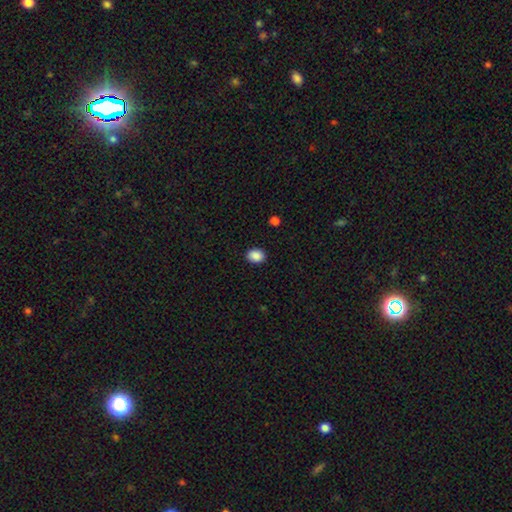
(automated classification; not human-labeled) smooth-or-featured: smooth: 89% | star or artifact: 8% | featured or disk: 3%
  how-rounded: in between: 63% | round: 36% | cigar-shaped: 1%
  merging: none: 90% | minor disturbance: 7% | major disturbance: 2% | merger: 1%